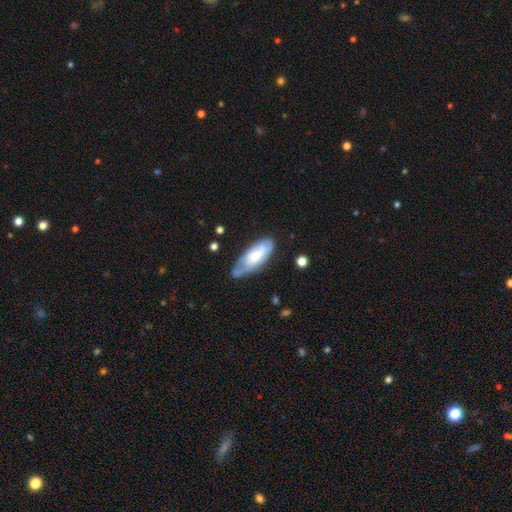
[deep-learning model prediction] Smooth or featured: smooth — 48% (featured or disk — 46%)
Merging: none — 58% (minor disturbance — 30%)